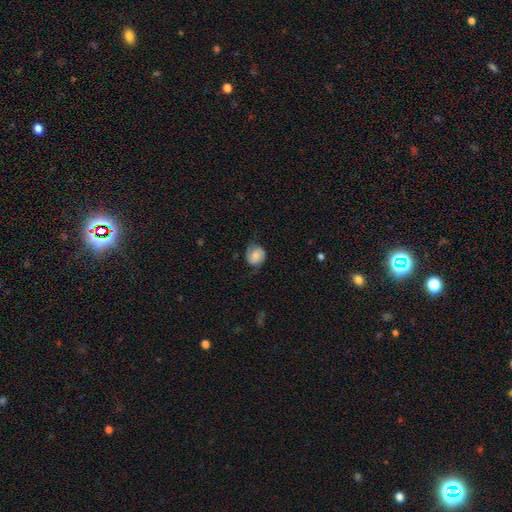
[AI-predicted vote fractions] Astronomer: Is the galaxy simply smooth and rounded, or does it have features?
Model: smooth — 49% (runner-up: featured or disk, 43%).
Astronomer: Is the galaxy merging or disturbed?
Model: none — 61%.